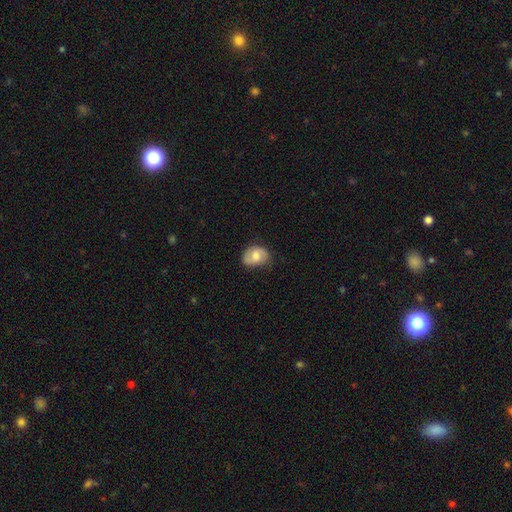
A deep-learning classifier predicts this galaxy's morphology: The model was most divided on "smooth or featured": smooth: 52%, featured or disk: 40%, star or artifact: 7%. More confident: merging — none (70%); how rounded — in between (62%).